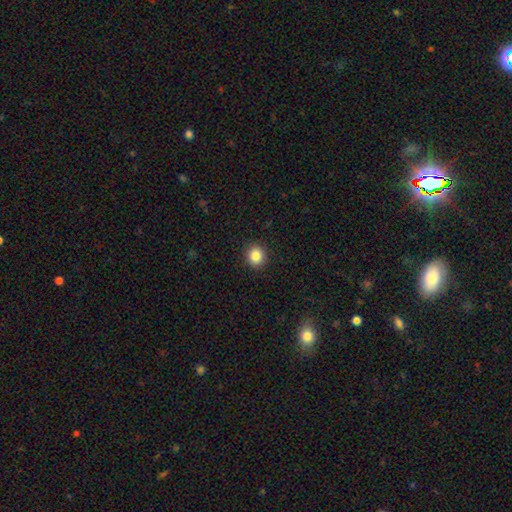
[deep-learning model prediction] This is clearly a smooth galaxy (85%). How rounded: clearly round (86%). Merging: clearly none (91%).